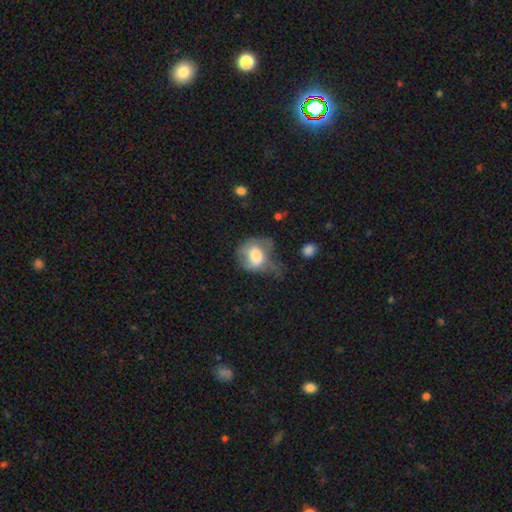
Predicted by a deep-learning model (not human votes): smooth-or-featured: smooth: 62% | featured or disk: 29% | star or artifact: 9%
  how-rounded: round: 55% | in between: 44% | cigar-shaped: 1%
  merging: major disturbance: 47% | minor disturbance: 29% | none: 20% | merger: 5%